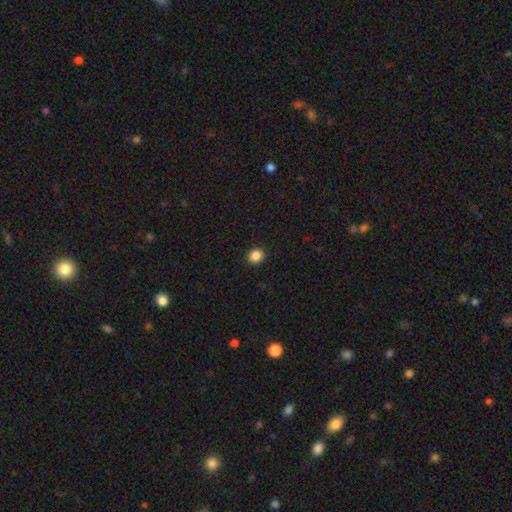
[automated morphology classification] This appears to be a smooth galaxy with no disk features (87%) that is round (72%). Merging: none (92%).